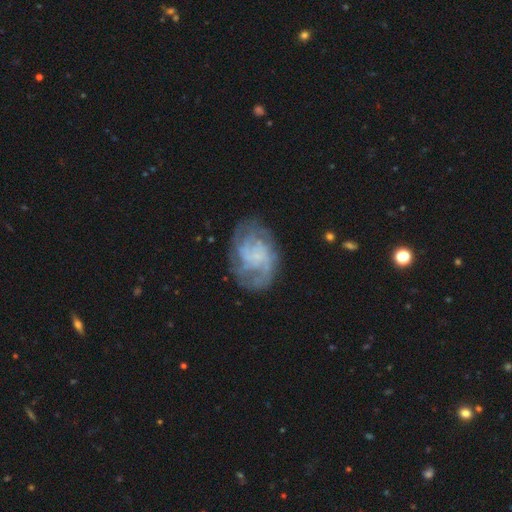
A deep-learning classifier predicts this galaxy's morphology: The model was most divided on "spiral winding": tight: 43%, medium: 39%, loose: 18%. Remaining: edge-on disk — no (98%); spiral arms — yes (91%); smooth or featured — featured or disk (79%); bar — no (68%); merging — none (68%); bulge size — none (47%); spiral arm count — can't tell (36%).